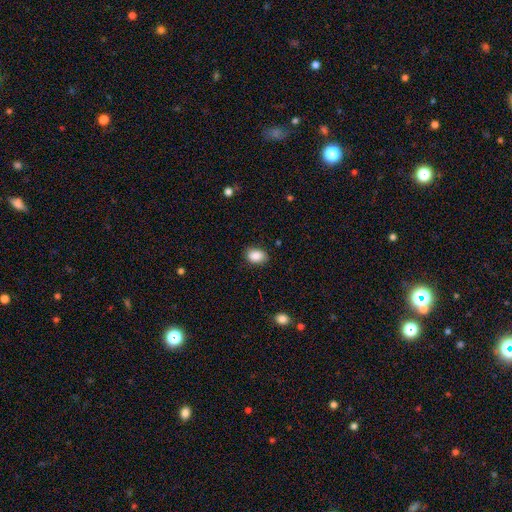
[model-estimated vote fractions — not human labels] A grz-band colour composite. It shows a smooth galaxy with no disk features (88%) that is in between round and cigar-shaped (78%). Merging: none (85%).